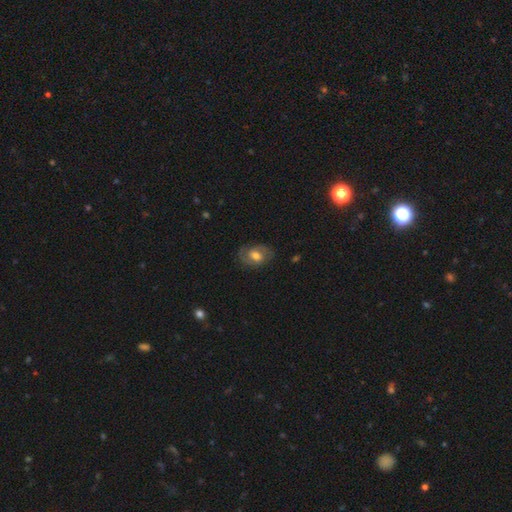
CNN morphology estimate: Smooth or featured: featured or disk — 62% (smooth — 31%)
Edge-on disk: no — 96% (yes — 4%)
Bar: no — 50% (weak — 40%)
Spiral arms: yes — 83% (no — 17%)
Bulge size: moderate — 61% (large — 21%)
Merging: none — 74% (minor disturbance — 17%)